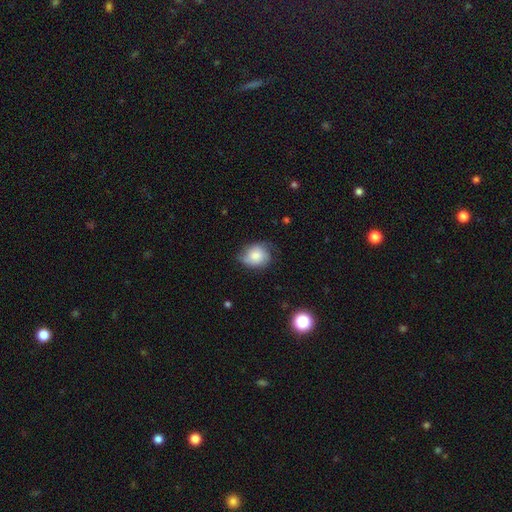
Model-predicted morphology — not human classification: Smooth or featured? Predicted: smooth (p=0.65). How rounded? Predicted: round (p=0.52). Merging? Predicted: none (p=0.56).